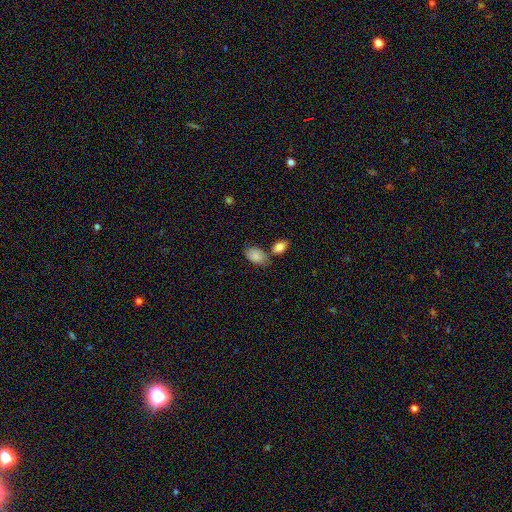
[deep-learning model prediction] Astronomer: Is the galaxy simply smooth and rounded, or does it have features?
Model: smooth — 84%.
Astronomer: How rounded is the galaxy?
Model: in between — 91%.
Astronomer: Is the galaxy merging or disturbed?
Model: none — 59%.